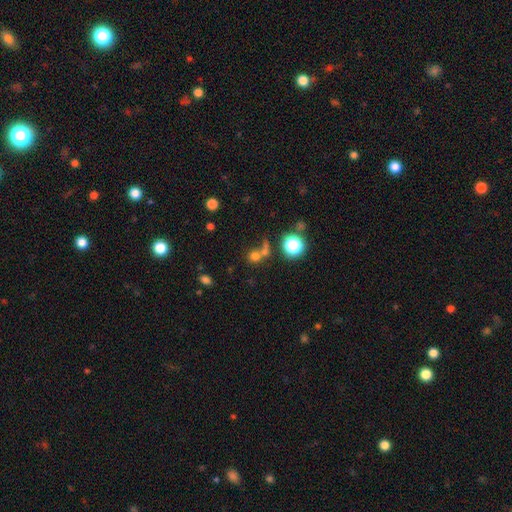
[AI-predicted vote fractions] Smooth or featured?
  - smooth: 62% *
  - star or artifact: 26%
  - featured or disk: 11%
How rounded?
  - round: 86% *
  - in between: 13%
  - cigar-shaped: 1%
Merging?
  - none: 49% *
  - merger: 35%
  - minor disturbance: 8%
  - major disturbance: 7%